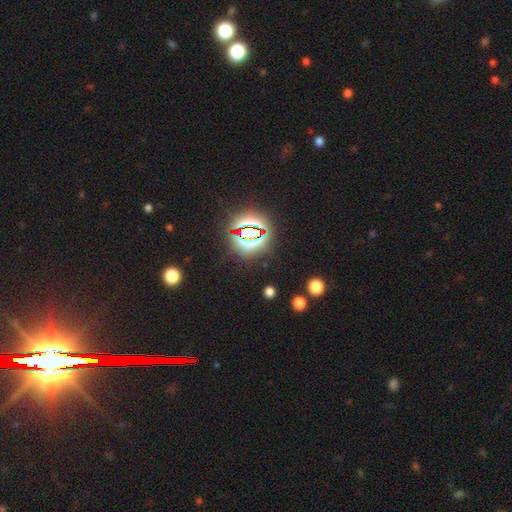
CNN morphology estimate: Q: Smooth or featured?
A: star or artifact (84%); runner-up: smooth (9%)